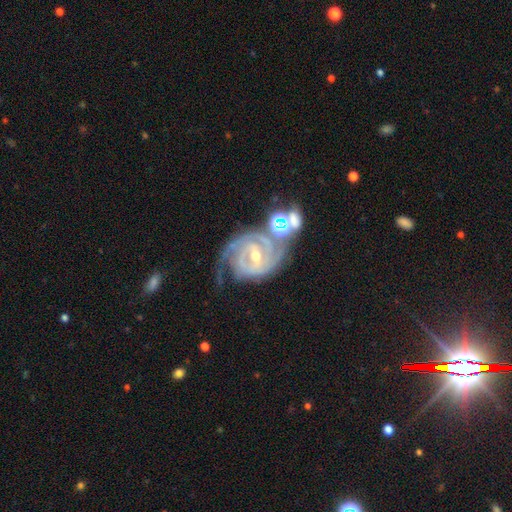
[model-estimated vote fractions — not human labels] Smooth or featured? Predicted: featured or disk (p=0.91). Edge-on disk? Predicted: no (p=0.97). Bar? Predicted: weak (p=0.47). Spiral arms? Predicted: yes (p=0.98). Spiral winding? Predicted: tight (p=0.71). Spiral arm count? Predicted: 2 (p=0.43). Bulge size? Predicted: moderate (p=0.50). Merging? Predicted: none (p=0.52).